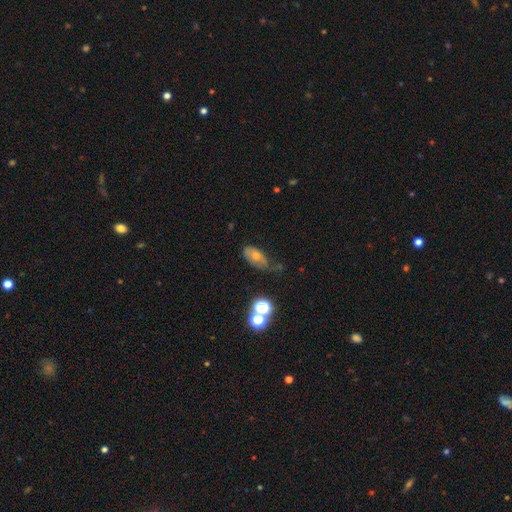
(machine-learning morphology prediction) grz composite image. It shows a smooth galaxy with no disk features (50%). Merging: none (41%).